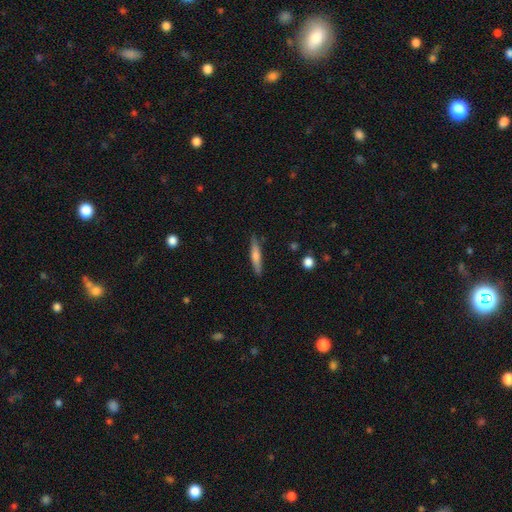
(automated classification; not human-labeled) This is possibly a smooth galaxy (56%). How rounded: clearly cigar-shaped (89%). Merging: clearly none (87%).